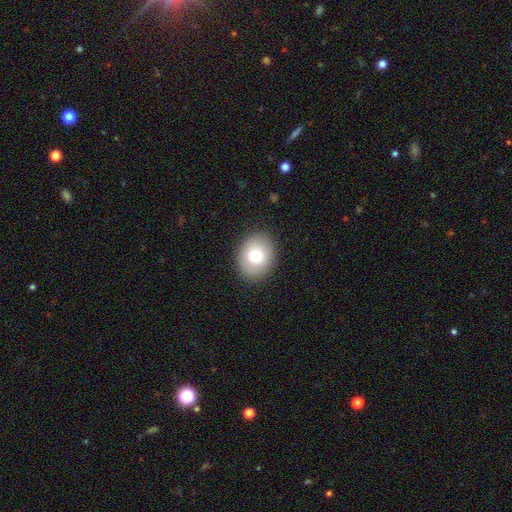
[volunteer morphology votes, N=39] type=smooth (74%); roundness=round (76%); merging=none (91%).